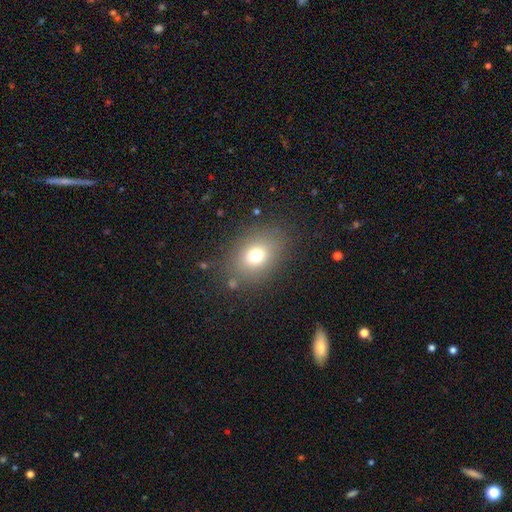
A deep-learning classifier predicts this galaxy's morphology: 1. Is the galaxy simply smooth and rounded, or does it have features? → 74% smooth, 14% star or artifact, 12% featured or disk.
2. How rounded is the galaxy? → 56% in between, 42% round, 1% cigar-shaped.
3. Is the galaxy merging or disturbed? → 81% none, 11% minor disturbance, 6% major disturbance, 2% merger.